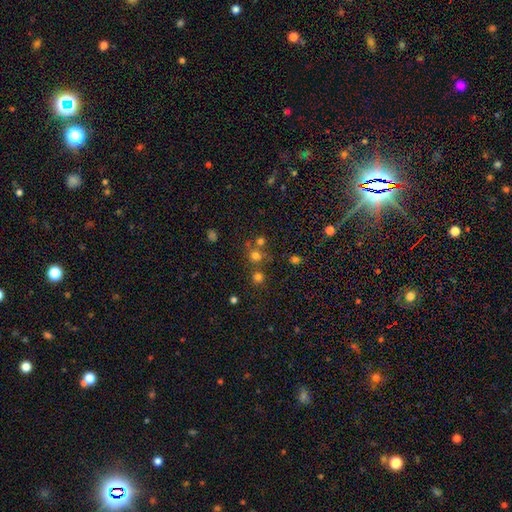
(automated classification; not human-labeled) Smooth or featured? Predicted: smooth (p=0.66). How rounded? Predicted: round (p=0.88). Merging? Predicted: none (p=0.62).